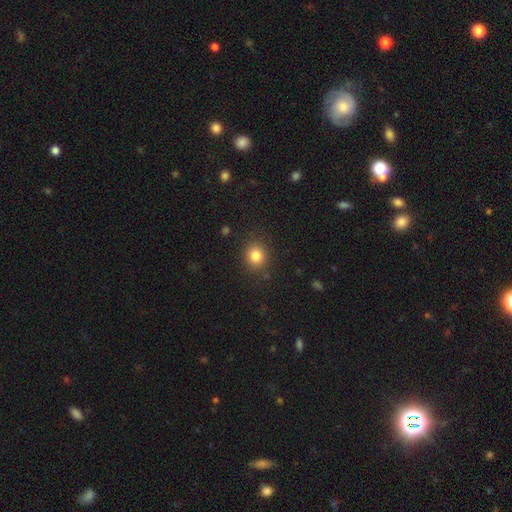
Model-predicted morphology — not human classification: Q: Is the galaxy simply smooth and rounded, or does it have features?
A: smooth — 83%.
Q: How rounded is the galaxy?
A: round — 79%.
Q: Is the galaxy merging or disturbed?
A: none — 87%.